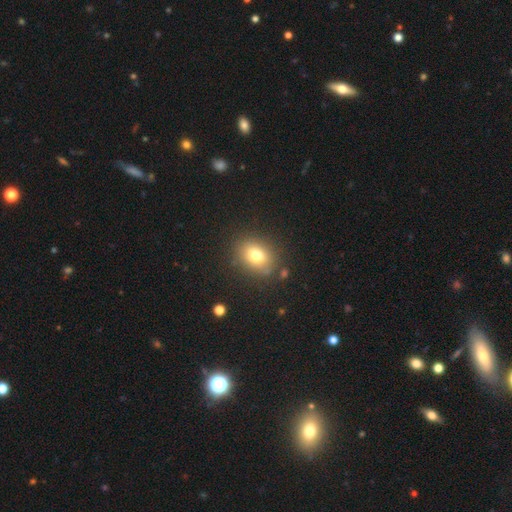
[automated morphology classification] smooth-or-featured: smooth: 76% | star or artifact: 12% | featured or disk: 12%
  how-rounded: in between: 55% | round: 44% | cigar-shaped: 1%
  merging: none: 83% | minor disturbance: 11% | major disturbance: 4% | merger: 3%